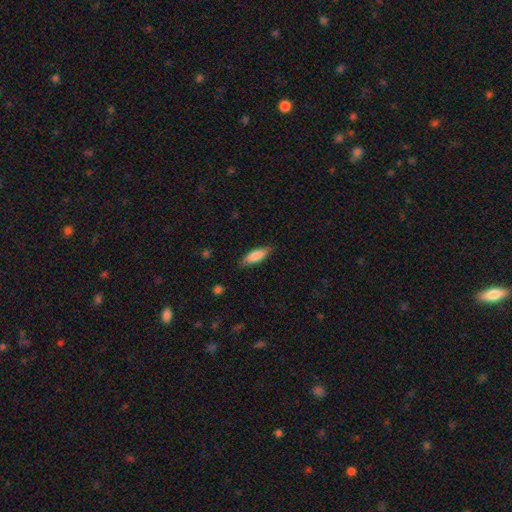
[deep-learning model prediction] Morphology: type=smooth (83%); roundness=in between (56%); merging=none (83%).